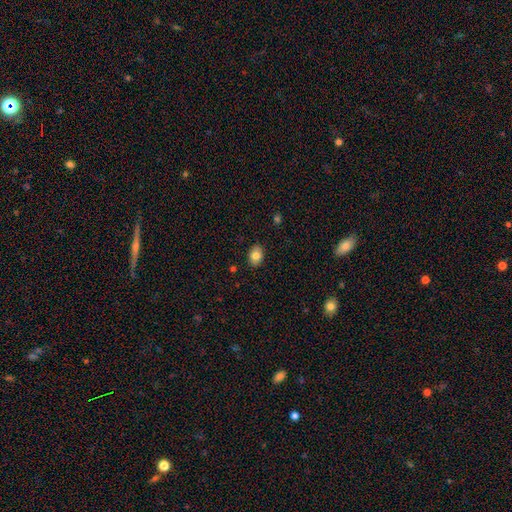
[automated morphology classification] smooth 81%, featured or disk 11%, star or artifact 8%. Down the decision tree: how rounded — in between (73%); merging — none (87%).